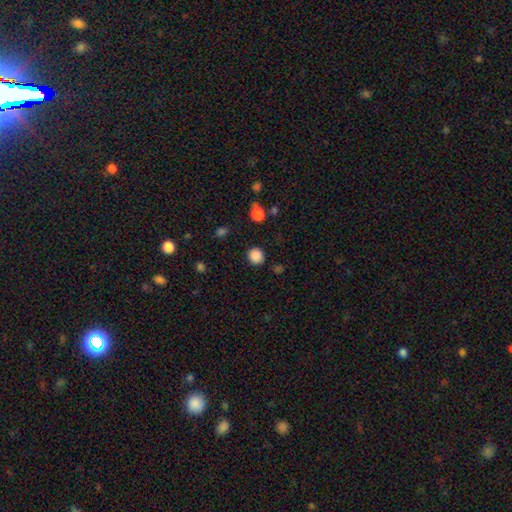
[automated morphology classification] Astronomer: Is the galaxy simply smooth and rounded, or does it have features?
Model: smooth — 87%.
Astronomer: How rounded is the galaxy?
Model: round — 88%.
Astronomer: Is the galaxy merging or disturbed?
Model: none — 89%.